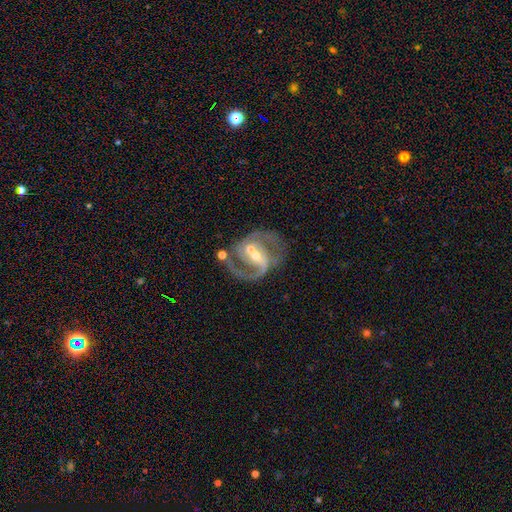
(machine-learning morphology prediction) Overall: featured or disk (89%). Edge-on disk: no (98%). Bar: weak (40%; strong 37%). Spiral arms: yes (96%). Spiral arm count: 2 (85%). Spiral winding: medium (60%; loose 24%). Bulge size: small (54%; moderate 40%). Merging: none (46%; merger 26%).